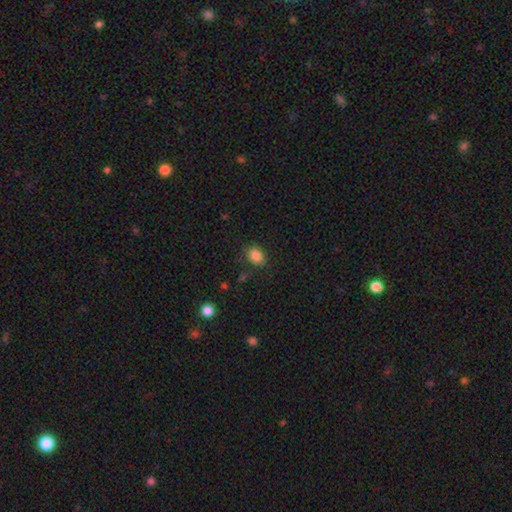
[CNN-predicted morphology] Smooth or featured? Predicted: smooth (p=0.84). How rounded? Predicted: in between (p=0.71). Merging? Predicted: none (p=0.80).